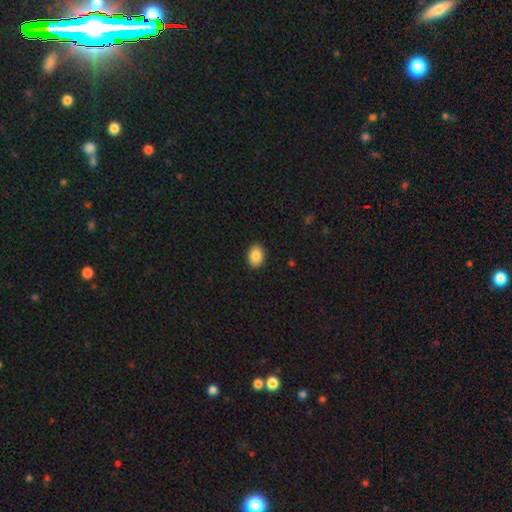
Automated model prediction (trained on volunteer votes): smooth_or_featured: smooth (p=0.87) [alt: star or artifact p=0.08]
how_rounded: in between (p=0.72) [alt: round p=0.27]
merging: none (p=0.90) [alt: minor disturbance p=0.07]